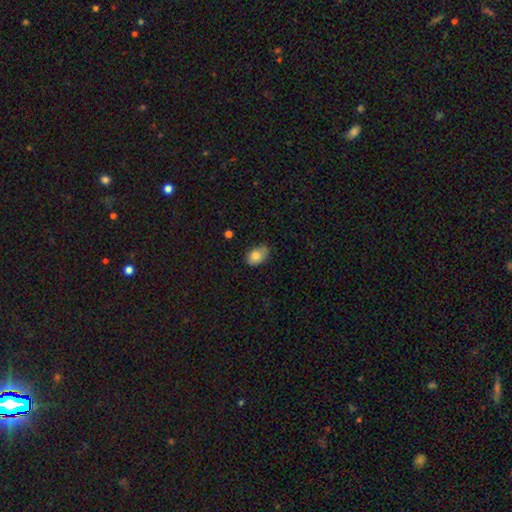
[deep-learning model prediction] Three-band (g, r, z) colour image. It shows a smooth galaxy with no disk features (80%) that is in between round and cigar-shaped (85%). Merging: none (63%).